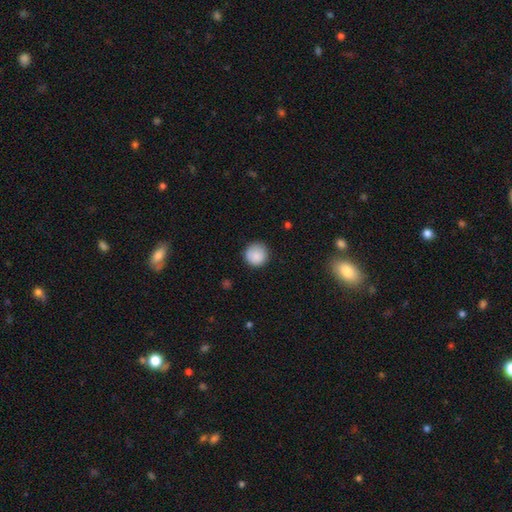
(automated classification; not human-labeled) Overall: smooth (88%). How rounded: round (95%). Merging: none (88%).